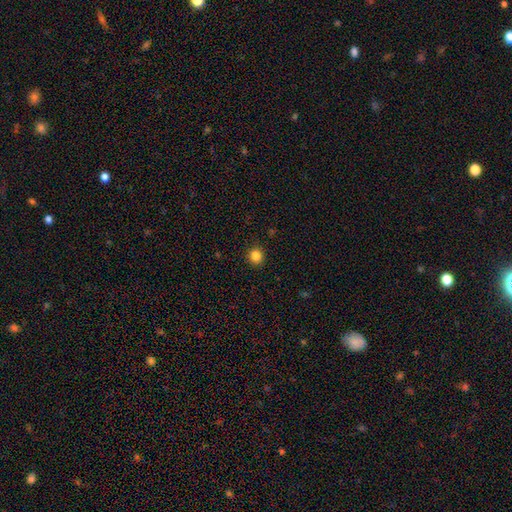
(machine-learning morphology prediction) Smooth or featured?
  - smooth: 84% *
  - star or artifact: 12%
  - featured or disk: 4%
How rounded?
  - round: 89% *
  - in between: 10%
  - cigar-shaped: 1%
Merging?
  - none: 92% *
  - minor disturbance: 5%
  - major disturbance: 2%
  - merger: 1%